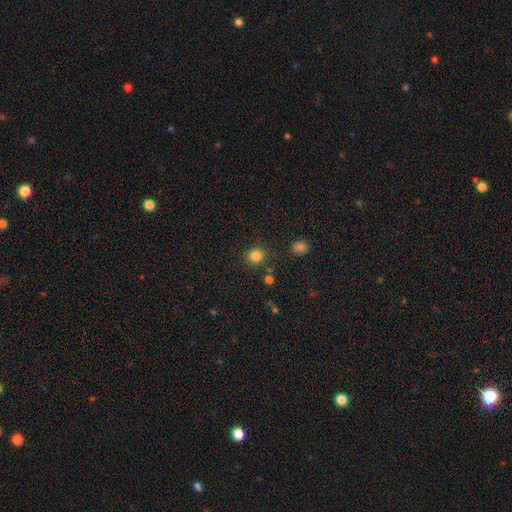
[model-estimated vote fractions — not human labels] smooth-or-featured: smooth: 83% | star or artifact: 13% | featured or disk: 4%
  how-rounded: round: 89% | in between: 10% | cigar-shaped: 1%
  merging: none: 87% | minor disturbance: 7% | merger: 3% | major disturbance: 3%